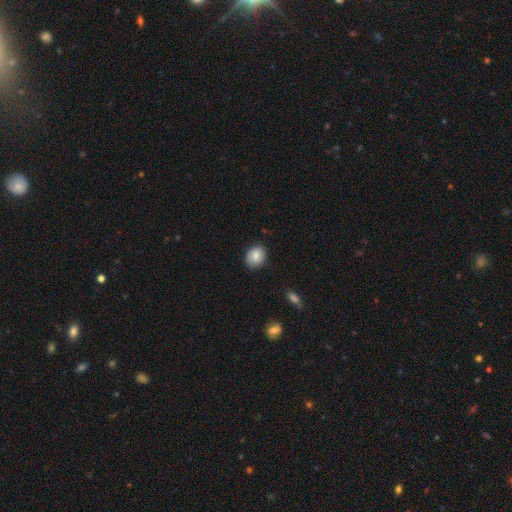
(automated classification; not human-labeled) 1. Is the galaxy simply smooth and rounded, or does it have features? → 83% smooth, 10% featured or disk, 8% star or artifact.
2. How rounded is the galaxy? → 55% in between, 44% round, 1% cigar-shaped.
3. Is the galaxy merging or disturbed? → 81% none, 15% minor disturbance, 3% major disturbance, 1% merger.